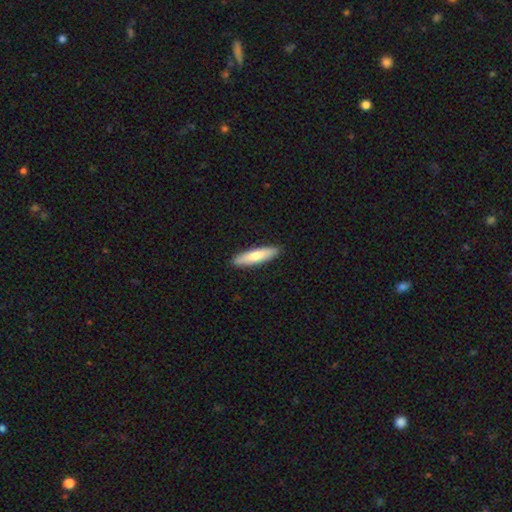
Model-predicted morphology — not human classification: type=smooth (73%); roundness=cigar-shaped (77%); merging=none (91%).